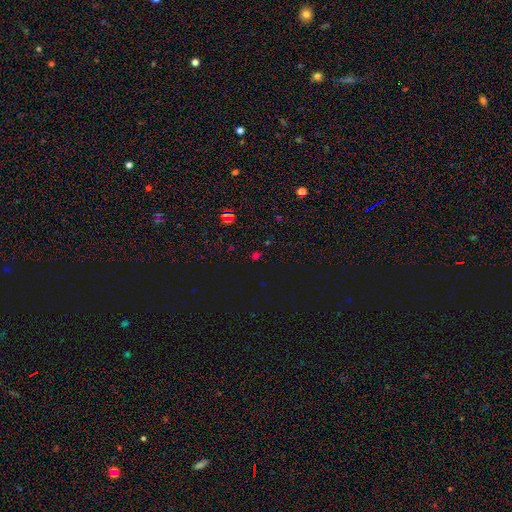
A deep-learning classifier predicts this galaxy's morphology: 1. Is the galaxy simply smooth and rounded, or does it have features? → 58% star or artifact, 36% smooth, 6% featured or disk.